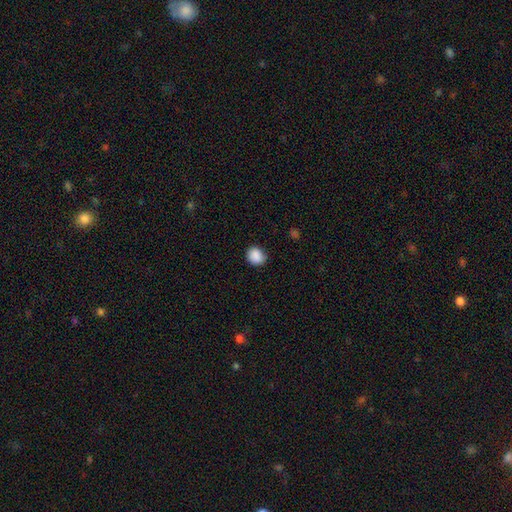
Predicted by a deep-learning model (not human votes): Q: Smooth or featured?
A: smooth (89%); runner-up: star or artifact (8%)
Q: How rounded?
A: round (69%); runner-up: in between (30%)
Q: Merging?
A: none (85%); runner-up: minor disturbance (12%)